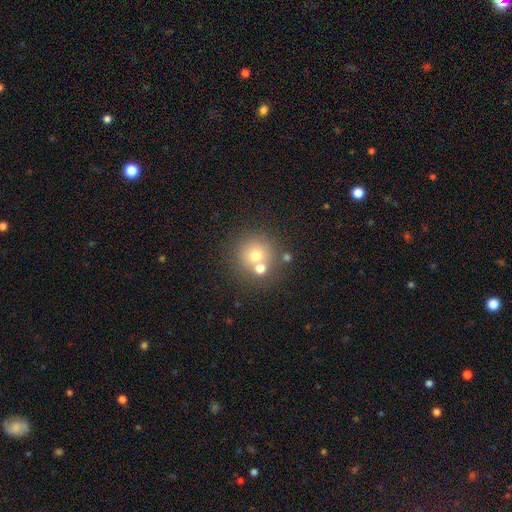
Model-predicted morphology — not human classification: smooth 67%, featured or disk 18%, star or artifact 15%. Down the decision tree: how rounded — round (93%); merging — none (62%).